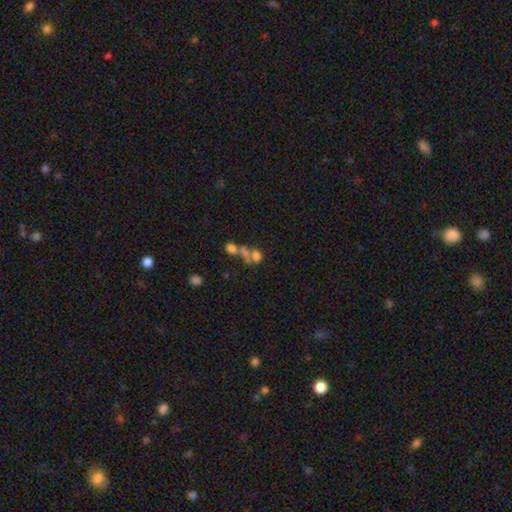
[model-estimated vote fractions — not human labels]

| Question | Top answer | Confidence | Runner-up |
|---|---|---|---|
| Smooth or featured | smooth | 64% | featured or disk (20%) |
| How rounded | in between | 53% | round (43%) |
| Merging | merger | 55% | none (25%) |